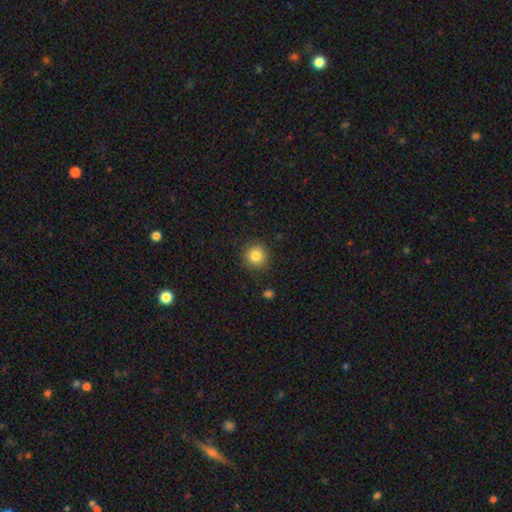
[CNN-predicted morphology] Overall: smooth (83%). How rounded: round (94%). Merging: none (90%).